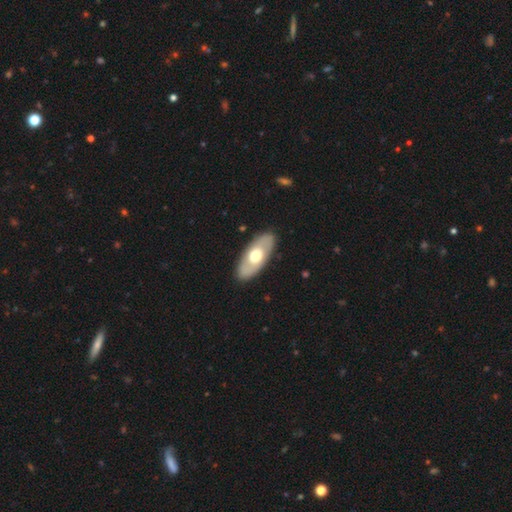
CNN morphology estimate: This appears to be a smooth galaxy with no disk features (50%) that is in between round and cigar-shaped (88%). Merging: none (88%).